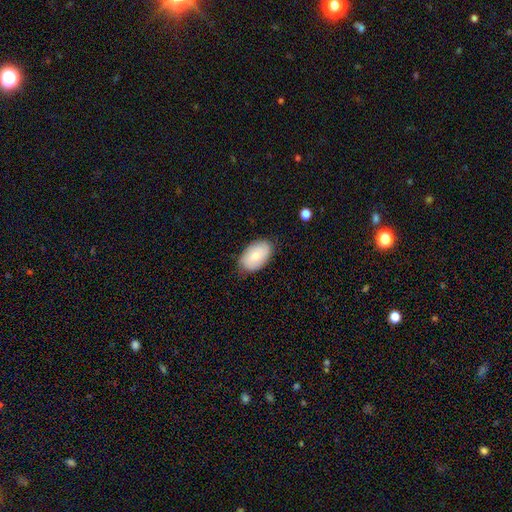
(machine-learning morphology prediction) type=smooth (71%); roundness=in between (92%); merging=none (80%).